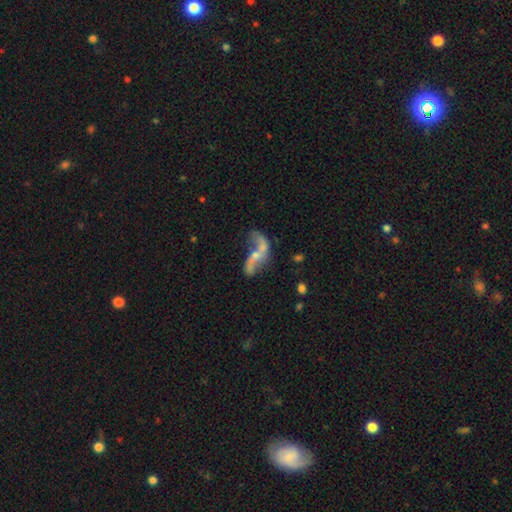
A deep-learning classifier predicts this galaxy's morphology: Smooth or featured: featured or disk — 75% (smooth — 15%)
Edge-on disk: no — 94% (yes — 6%)
Bar: no — 56% (weak — 30%)
Spiral arms: yes — 78% (no — 22%)
Spiral winding: loose — 91% (medium — 7%)
Spiral arm count: 2 — 84% (1 — 9%)
Bulge size: small — 55% (moderate — 21%)
Merging: none — 36% (merger — 25%)